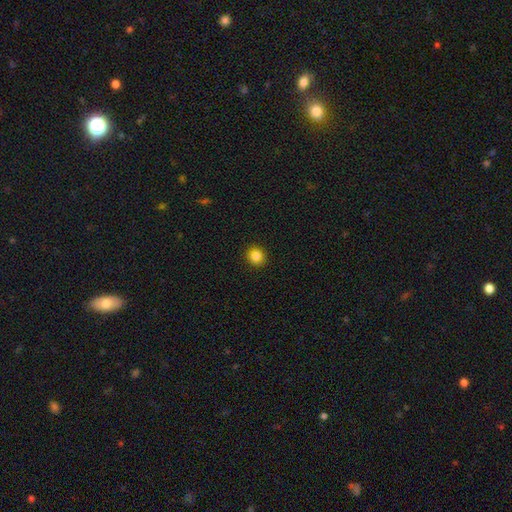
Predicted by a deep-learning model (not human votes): This appears to be a smooth galaxy with no disk features (84%) that is round (90%). Merging: none (91%).